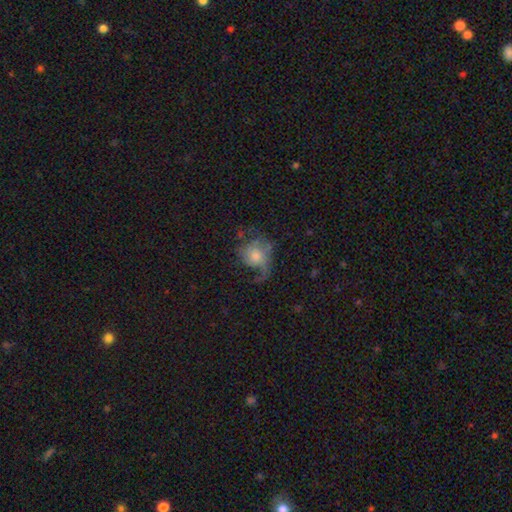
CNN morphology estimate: This appears to be a featured or disk galaxy (50%). Merging: major disturbance (39%).